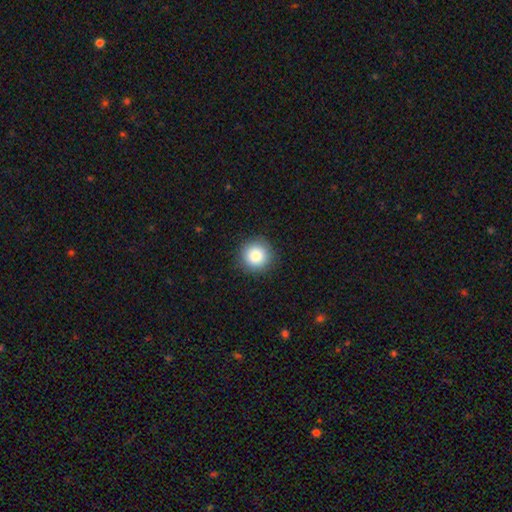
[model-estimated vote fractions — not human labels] The model was most divided on "smooth or featured": smooth: 84%, star or artifact: 9%, featured or disk: 7%. More confident: how rounded — round (95%); merging — none (91%).